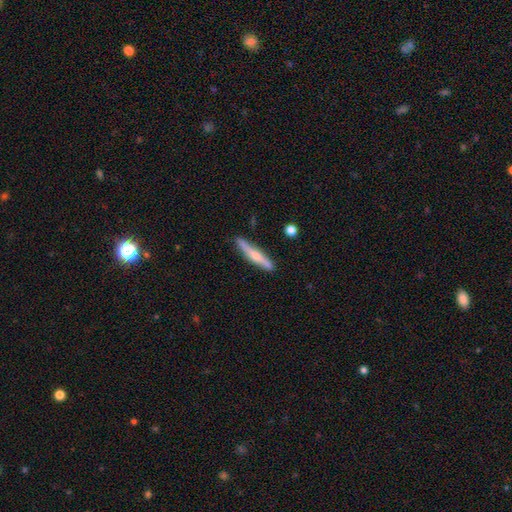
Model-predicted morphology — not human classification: This appears to be a featured or disk galaxy (50%) viewed edge-on (93%). Merging: none (84%).